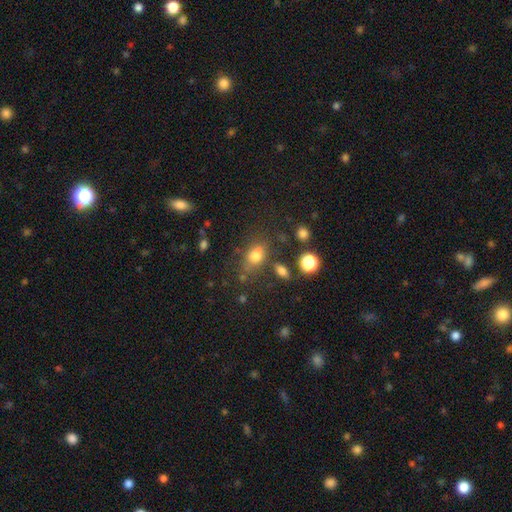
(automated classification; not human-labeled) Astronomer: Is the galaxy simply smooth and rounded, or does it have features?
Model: smooth — 75%.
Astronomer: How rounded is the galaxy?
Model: in between — 67%.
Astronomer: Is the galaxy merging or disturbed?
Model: none — 62%.